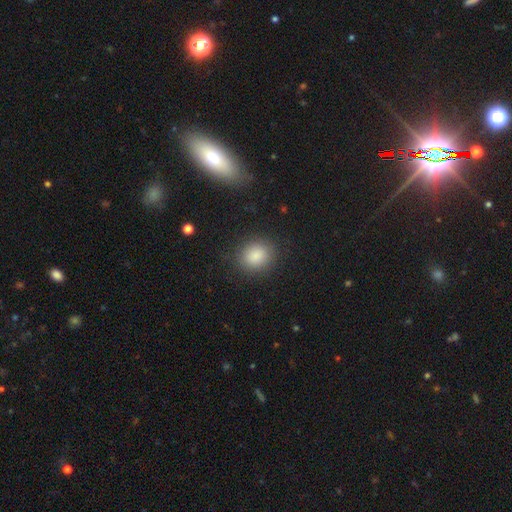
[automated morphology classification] Smooth or featured? Predicted: smooth (p=0.86). How rounded? Predicted: round (p=0.73). Merging? Predicted: none (p=0.88).